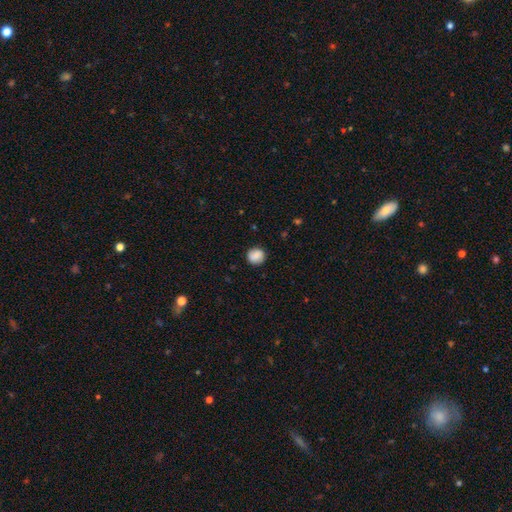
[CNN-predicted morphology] smooth 86%, star or artifact 8%, featured or disk 6%. Down the decision tree: how rounded — round (86%); merging — none (86%).